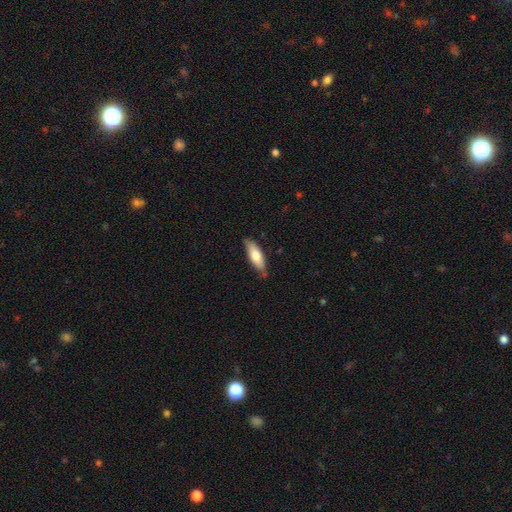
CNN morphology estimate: Smooth or featured?
  - smooth: 67% *
  - featured or disk: 27%
  - star or artifact: 6%
How rounded?
  - in between: 59% *
  - cigar-shaped: 39%
  - round: 2%
Merging?
  - none: 78% *
  - minor disturbance: 18%
  - major disturbance: 3%
  - merger: 2%